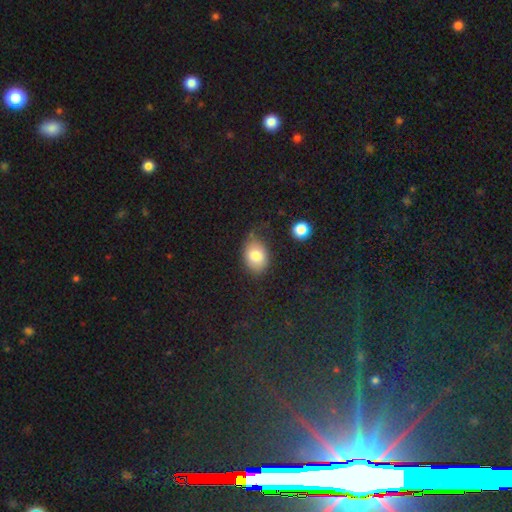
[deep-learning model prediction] Morphology: type=smooth (80%); roundness=in between (72%); merging=none (64%).